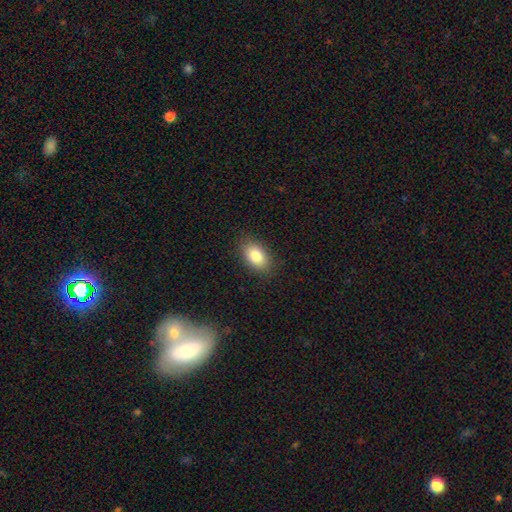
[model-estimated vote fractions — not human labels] Q: Smooth or featured?
A: smooth (83%); runner-up: featured or disk (9%)
Q: How rounded?
A: in between (89%); runner-up: round (9%)
Q: Merging?
A: none (87%); runner-up: minor disturbance (10%)